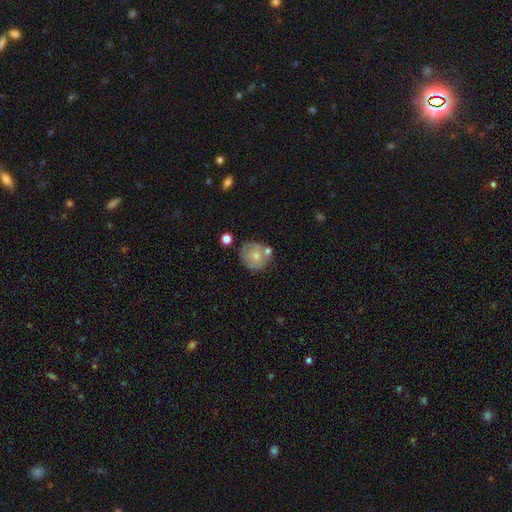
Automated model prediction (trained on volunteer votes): Overall: smooth (62%; featured or disk 31%). How rounded: round (83%). Merging: none (56%; minor disturbance 20%).